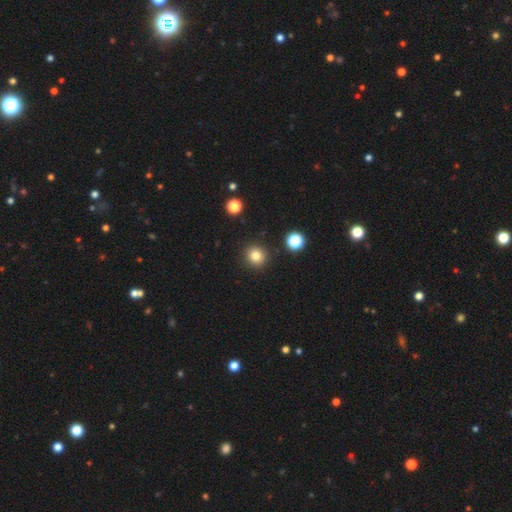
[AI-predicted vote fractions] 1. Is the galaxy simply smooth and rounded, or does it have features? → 81% smooth, 13% star or artifact, 6% featured or disk.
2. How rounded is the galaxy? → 92% round, 7% in between, 1% cigar-shaped.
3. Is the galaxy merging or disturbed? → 91% none, 6% minor disturbance, 2% major disturbance, 2% merger.